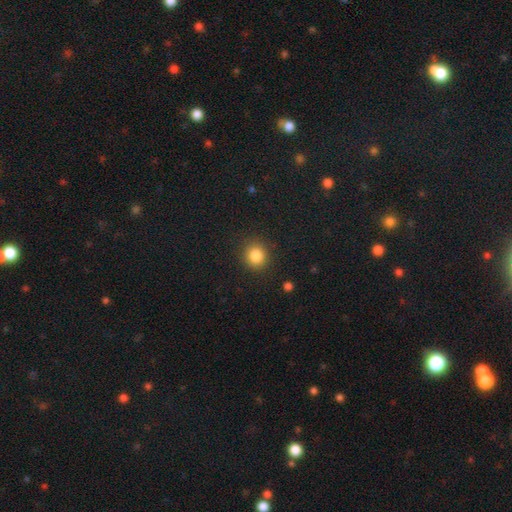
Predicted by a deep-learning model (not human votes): Smooth or featured? Predicted: smooth (p=0.83). How rounded? Predicted: round (p=0.88). Merging? Predicted: none (p=0.90).